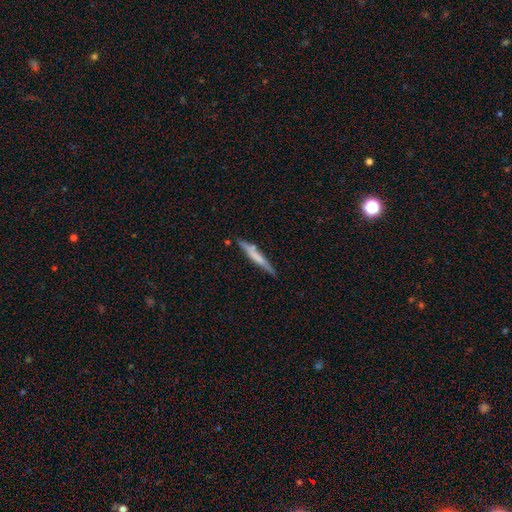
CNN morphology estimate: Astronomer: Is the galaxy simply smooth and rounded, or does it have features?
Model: smooth — 56% (runner-up: featured or disk, 38%).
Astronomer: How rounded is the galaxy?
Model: cigar-shaped — 95%.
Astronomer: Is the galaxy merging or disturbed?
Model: none — 76%.